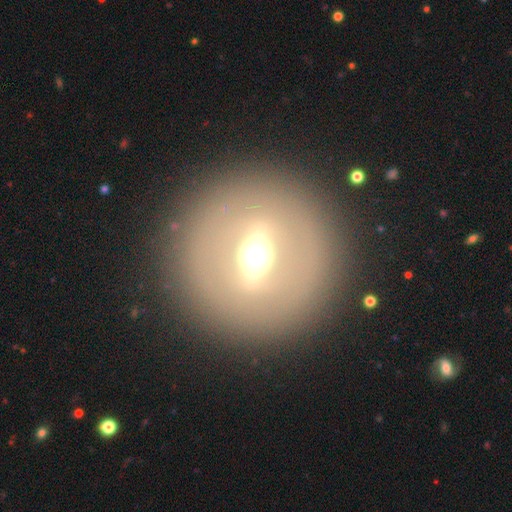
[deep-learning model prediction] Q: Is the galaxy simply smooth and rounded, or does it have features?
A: featured or disk — 67%.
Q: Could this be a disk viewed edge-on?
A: no — 53%.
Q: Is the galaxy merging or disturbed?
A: none — 87%.